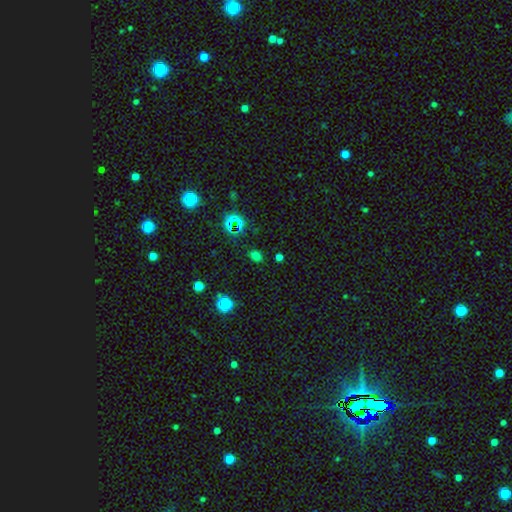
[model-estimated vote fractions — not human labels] Smooth or featured: smooth — 61% (star or artifact — 33%)
How rounded: in between — 63% (round — 35%)
Merging: none — 82% (minor disturbance — 11%)